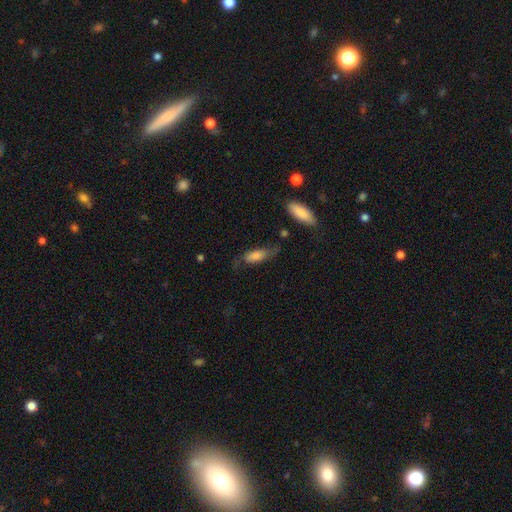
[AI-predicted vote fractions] Smooth or featured? Predicted: smooth (p=0.72). How rounded? Predicted: in between (p=0.67). Merging? Predicted: none (p=0.48).